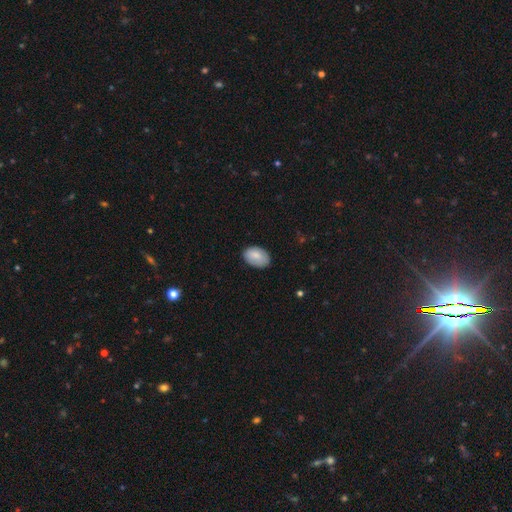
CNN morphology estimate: smooth 83%, featured or disk 11%, star or artifact 7%. Down the decision tree: how rounded — in between (89%); merging — none (80%).